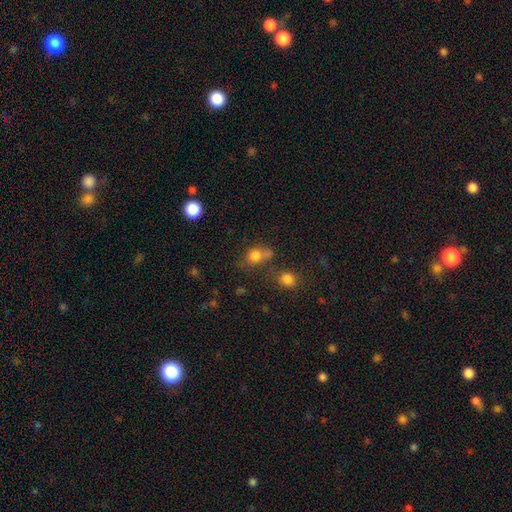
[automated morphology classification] Smooth or featured? smooth (78%)
How rounded? round (66%)
Merging? none (46%)